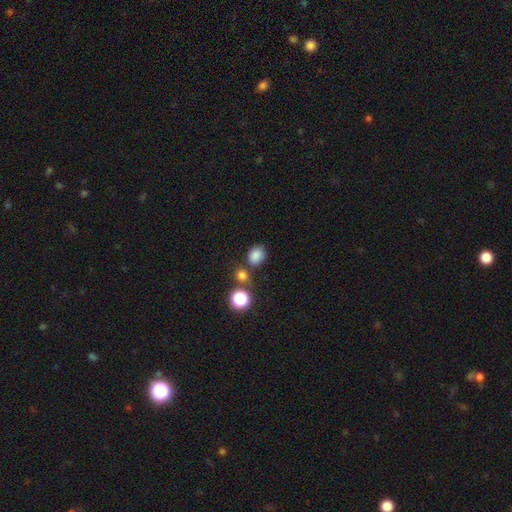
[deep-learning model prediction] A smooth galaxy with no disk features (81%) that is in between round and cigar-shaped (51%).

Vote fractions:
- Smooth or featured? smooth: 81% / star or artifact: 14% / featured or disk: 5%
- How rounded? in between: 51% / round: 48% / cigar-shaped: 1%
- Merging? none: 68% / merger: 14% / minor disturbance: 13% / major disturbance: 4%